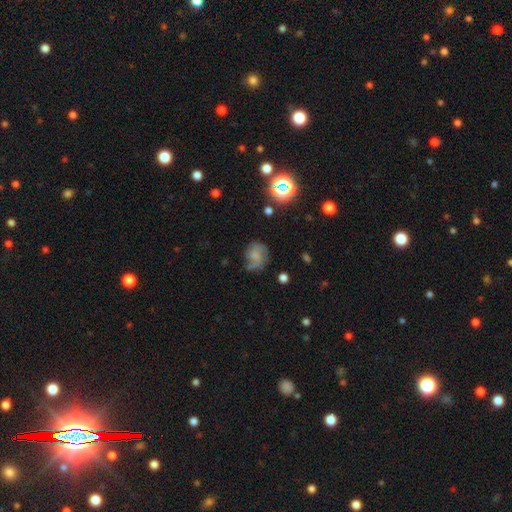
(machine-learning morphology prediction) type=featured or disk (43%, tied with smooth); merging=none (50%).